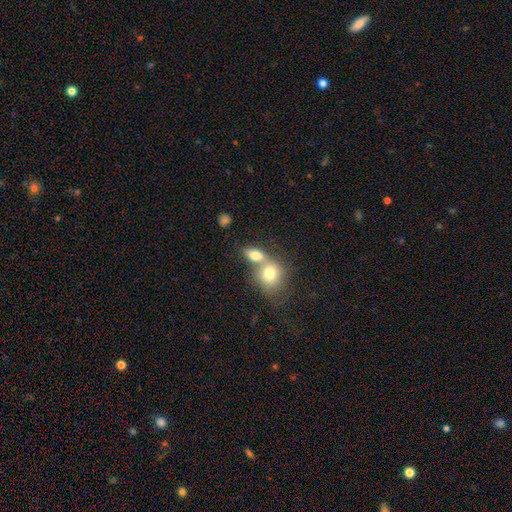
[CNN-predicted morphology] This appears to be a smooth galaxy with no disk features (77%) that is in between round and cigar-shaped (70%). Merging: merger (59%).